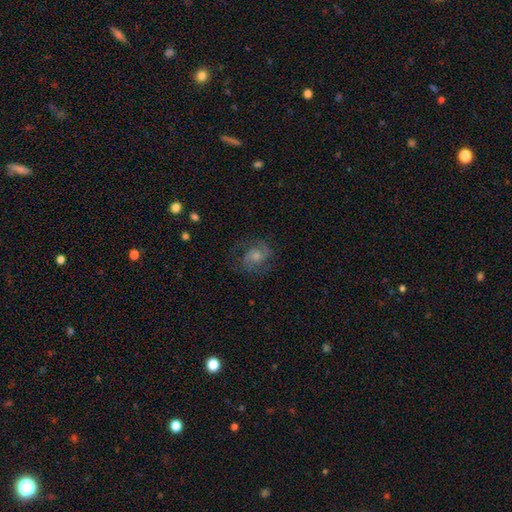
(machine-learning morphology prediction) smooth_or_featured: featured or disk (p=0.73) [alt: smooth p=0.14]
disk_edge_on: no (p=0.97) [alt: yes p=0.03]
bar: no (p=0.60) [alt: weak p=0.34]
has_spiral_arms: yes (p=0.94) [alt: no p=0.06]
spiral_winding: medium (p=0.51) [alt: tight p=0.33]
spiral_arm_count: 2 (p=0.78) [alt: can't tell p=0.11]
bulge_size: moderate (p=0.49) [alt: small p=0.37]
merging: none (p=0.75) [alt: minor disturbance p=0.15]